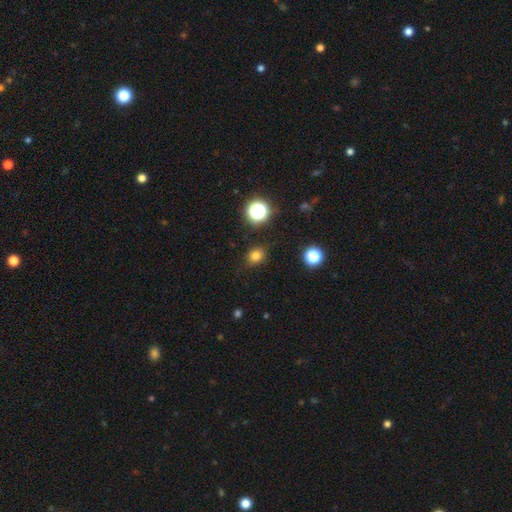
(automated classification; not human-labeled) A smooth galaxy with no disk features (79%) that is round (63%).

Vote fractions:
- Smooth or featured? smooth: 79% / star or artifact: 16% / featured or disk: 6%
- How rounded? round: 63% / in between: 36% / cigar-shaped: 1%
- Merging? none: 86% / minor disturbance: 10% / major disturbance: 3% / merger: 1%